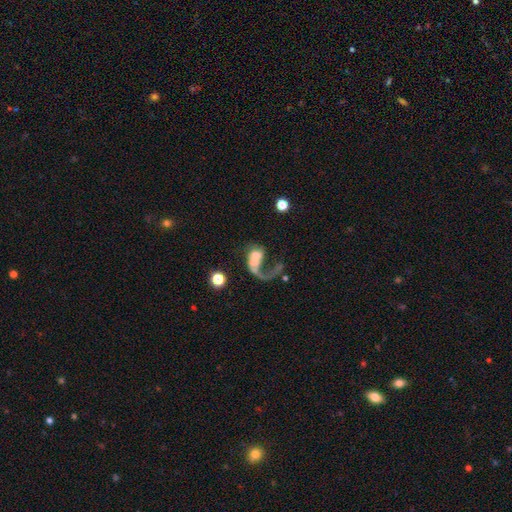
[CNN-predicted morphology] Smooth or featured?
  - featured or disk: 64% *
  - smooth: 27%
  - star or artifact: 10%
Edge-on disk?
  - no: 97% *
  - yes: 3%
Bar?
  - no: 73% *
  - weak: 21%
  - strong: 6%
Spiral arms?
  - yes: 69% *
  - no: 31%
Bulge size?
  - moderate: 40% *
  - small: 29%
  - none: 14%
  - large: 13%
  - dominant: 4%
Merging?
  - merger: 53% *
  - major disturbance: 27%
  - none: 14%
  - minor disturbance: 7%